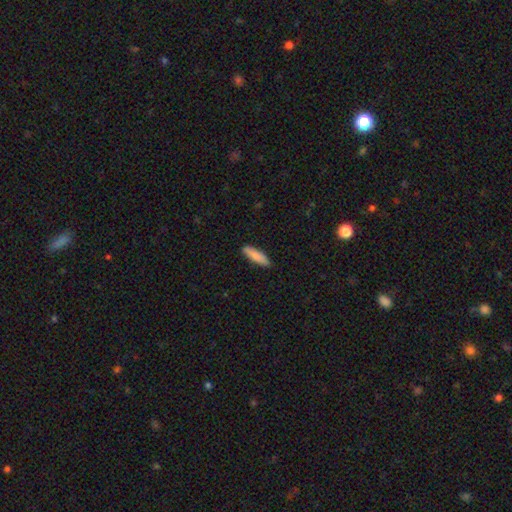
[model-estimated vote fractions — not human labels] Smooth or featured? Predicted: smooth (p=0.85). How rounded? Predicted: cigar-shaped (p=0.66). Merging? Predicted: none (p=0.88).